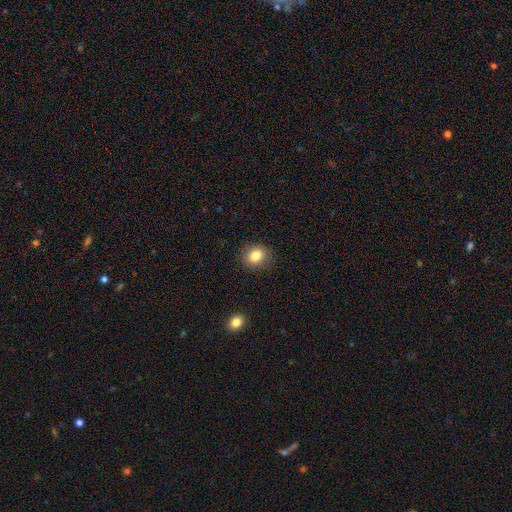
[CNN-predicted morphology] Smooth or featured?
  - smooth: 84% *
  - star or artifact: 10%
  - featured or disk: 6%
How rounded?
  - round: 64% *
  - in between: 35%
  - cigar-shaped: 1%
Merging?
  - none: 87% *
  - minor disturbance: 9%
  - major disturbance: 3%
  - merger: 1%